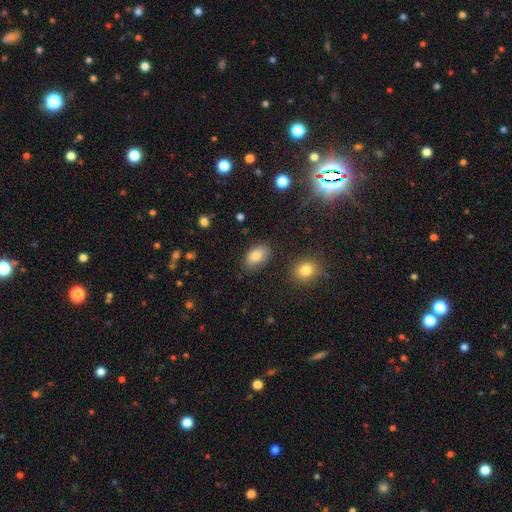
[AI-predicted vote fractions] smooth 83%, star or artifact 9%, featured or disk 8%. Down the decision tree: how rounded — in between (91%); merging — none (82%).